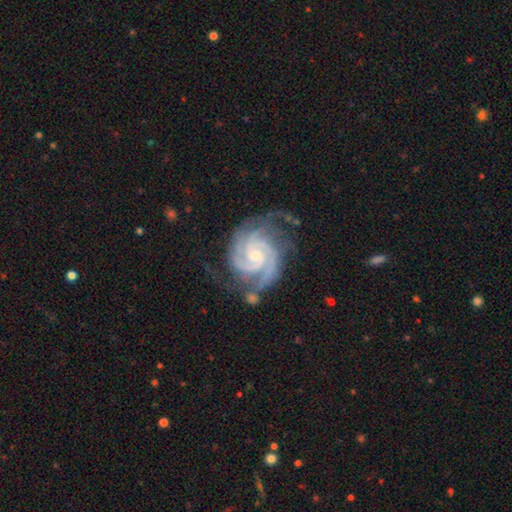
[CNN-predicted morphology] smooth-or-featured: featured or disk: 93% | star or artifact: 4% | smooth: 3%
  disk-edge-on: no: 98% | yes: 2%
    bar: no: 64% | weak: 28% | strong: 8%
    has-spiral-arms: yes: 99% | no: 1%
      spiral-winding: tight: 73% | medium: 25% | loose: 2%
      spiral-arm-count: 3: 41% | 2: 33% | 4: 11% | can't tell: 6% | more than 4: 4% | 1: 4%
    bulge-size: small: 69% | moderate: 26% | none: 3% | large: 1% | dominant: 1%
  merging: none: 63% | minor disturbance: 23% | major disturbance: 10% | merger: 4%